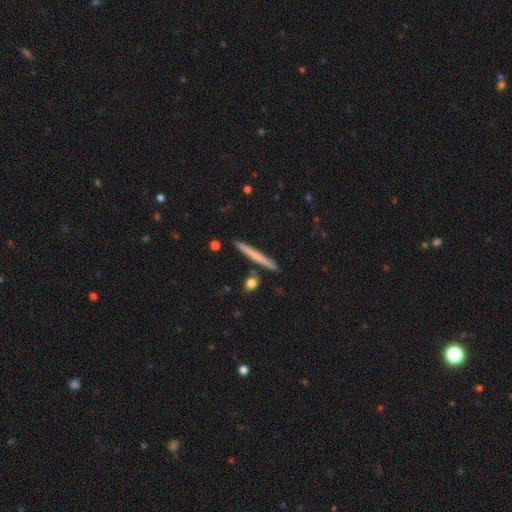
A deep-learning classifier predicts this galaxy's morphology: A smooth galaxy with no disk features (59%) that is cigar-shaped (96%). Merging: none (89%).